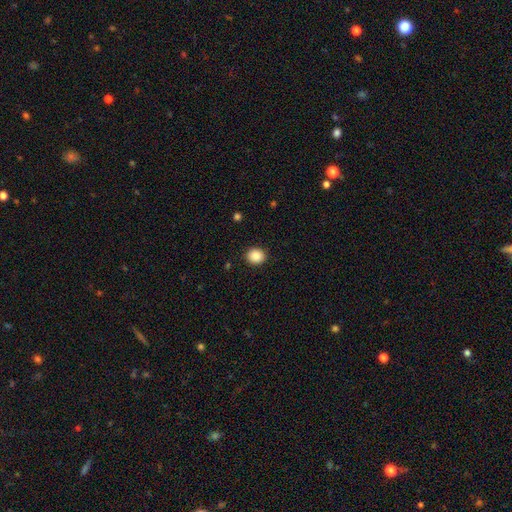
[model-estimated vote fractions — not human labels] Smooth or featured: smooth — 88% (star or artifact — 9%)
How rounded: round — 75% (in between — 24%)
Merging: none — 91% (minor disturbance — 6%)